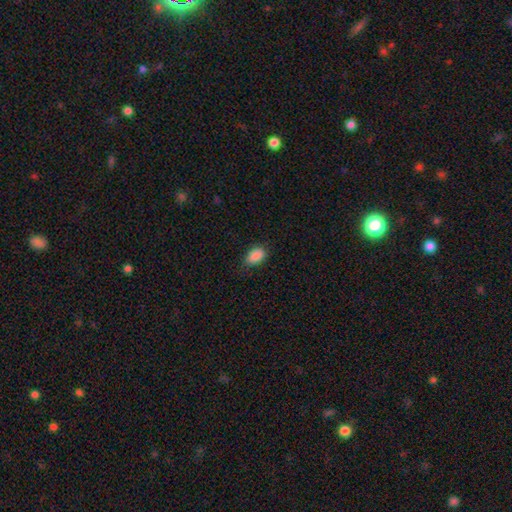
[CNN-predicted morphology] The model was most divided on "merging": none: 77%, minor disturbance: 19%, major disturbance: 4%, merger: 1%. More confident: how rounded — in between (90%); smooth or featured — smooth (88%).